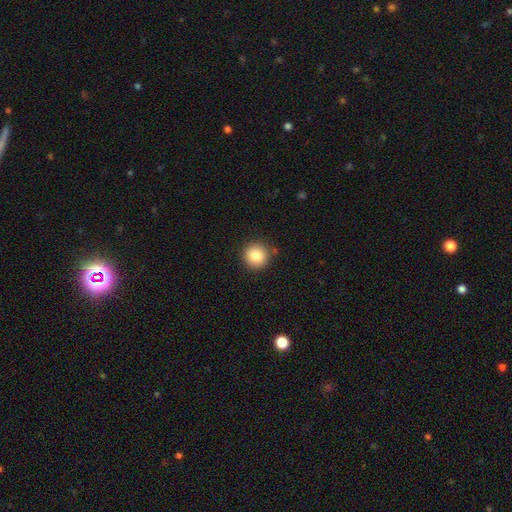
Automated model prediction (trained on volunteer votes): Smooth or featured? smooth (85%)
How rounded? round (94%)
Merging? none (88%)